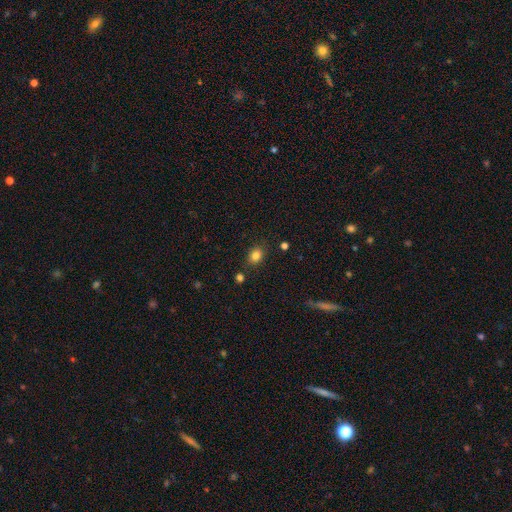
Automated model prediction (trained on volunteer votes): A smooth galaxy with no disk features (83%) that is in between round and cigar-shaped (57%). Merging: none (83%).